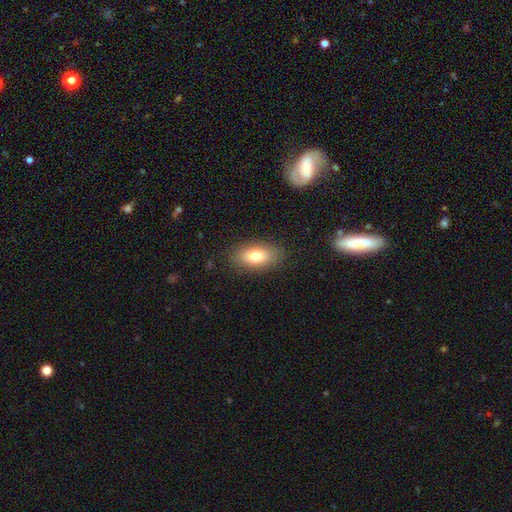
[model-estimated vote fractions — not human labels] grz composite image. It shows a smooth galaxy with no disk features (76%) that is in between round and cigar-shaped (89%). Merging: none (85%).